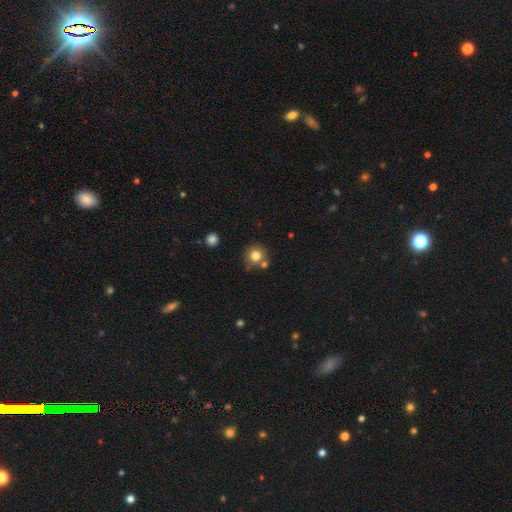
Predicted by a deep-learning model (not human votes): This is likely a smooth galaxy (79%). How rounded: clearly round (91%). Merging: likely none (72%).